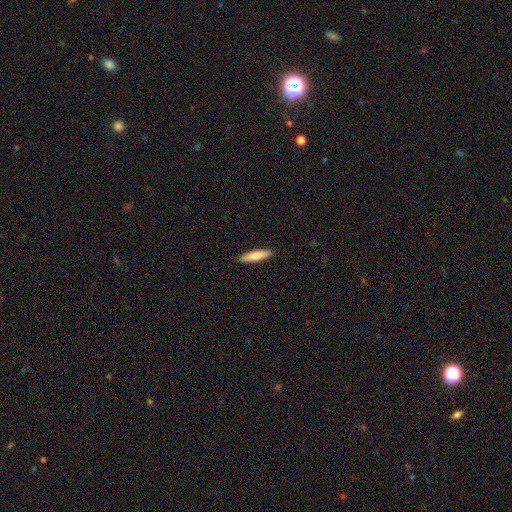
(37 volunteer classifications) Smooth or featured: smooth — 84% (featured or disk — 14%)
How rounded: cigar-shaped — 87% (in between — 13%)
Merging: none — 92% (minor disturbance — 6%)